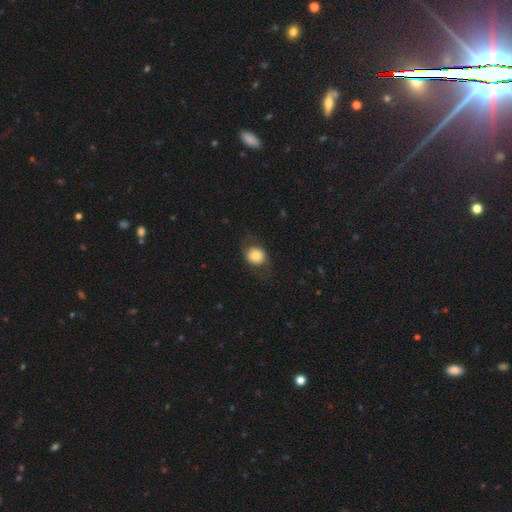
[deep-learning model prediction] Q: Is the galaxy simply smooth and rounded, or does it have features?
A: smooth — 70%.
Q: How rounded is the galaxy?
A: round — 69%.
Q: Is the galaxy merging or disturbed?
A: none — 72%.